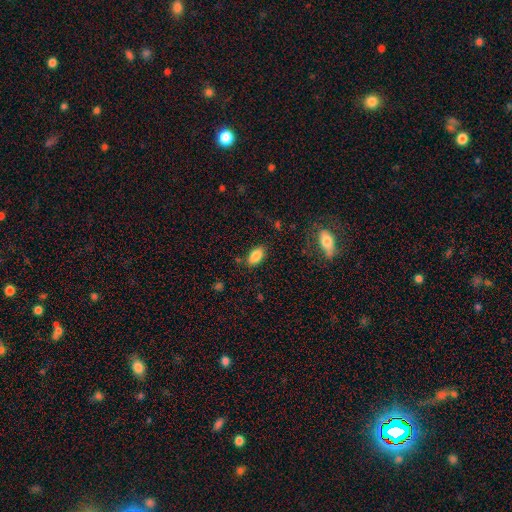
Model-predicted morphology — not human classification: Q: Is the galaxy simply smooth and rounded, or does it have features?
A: smooth — 85%.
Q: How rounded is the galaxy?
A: in between — 92%.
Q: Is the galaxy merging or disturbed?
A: none — 82%.